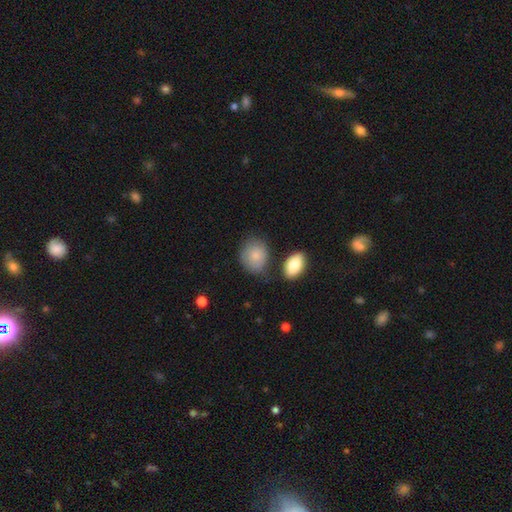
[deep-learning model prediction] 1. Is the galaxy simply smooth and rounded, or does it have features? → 83% smooth, 10% featured or disk, 7% star or artifact.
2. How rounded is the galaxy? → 56% round, 43% in between, 1% cigar-shaped.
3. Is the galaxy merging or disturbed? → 63% none, 22% minor disturbance, 8% merger, 6% major disturbance.